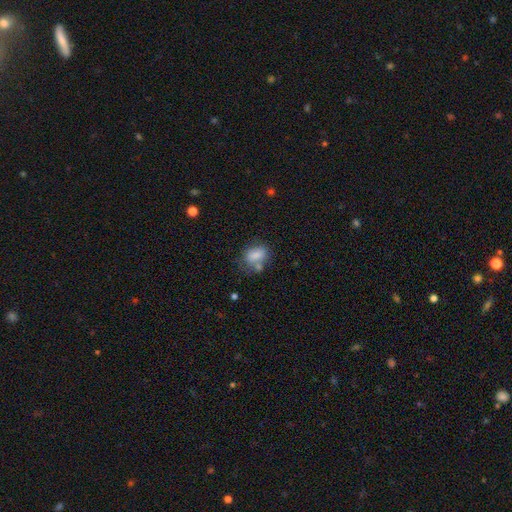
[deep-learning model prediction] Smooth or featured? Predicted: smooth (p=0.75). How rounded? Predicted: in between (p=0.73). Merging? Predicted: none (p=0.47).